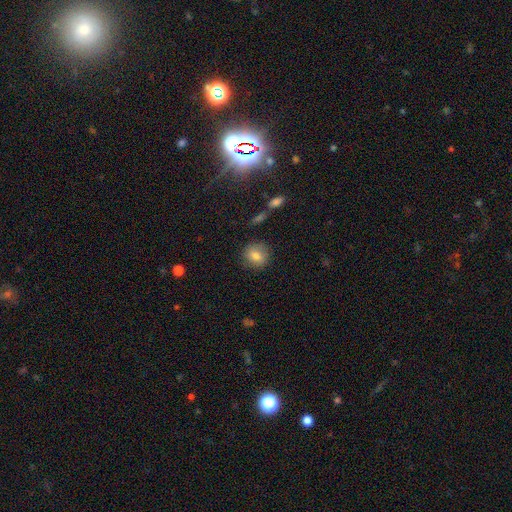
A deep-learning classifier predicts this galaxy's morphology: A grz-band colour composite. It shows a smooth galaxy with no disk features (78%) that is round (79%). Merging: none (83%).